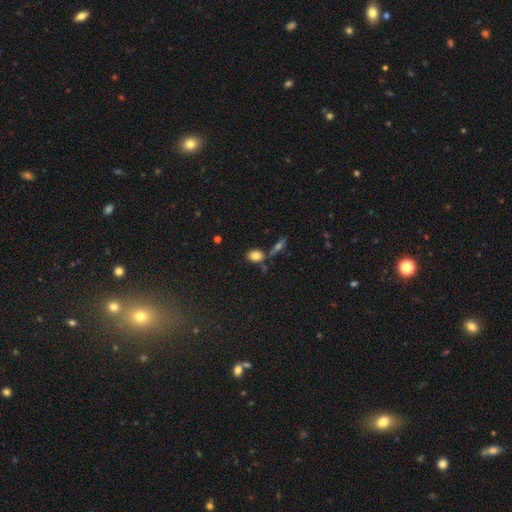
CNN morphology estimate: Overall: smooth (81%). How rounded: in between (69%). Merging: none (66%).